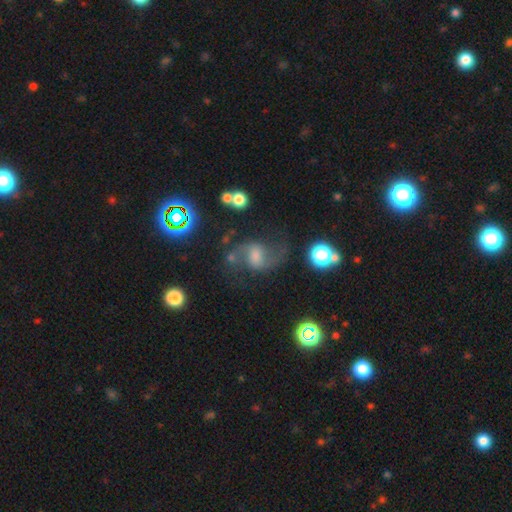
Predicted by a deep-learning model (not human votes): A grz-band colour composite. It shows a featured or disk galaxy (74%) with a weak bar (52%), 2 (92%) loose (62%) spiral arms (94%) and a moderate central bulge (36%). Merging: none (67%).